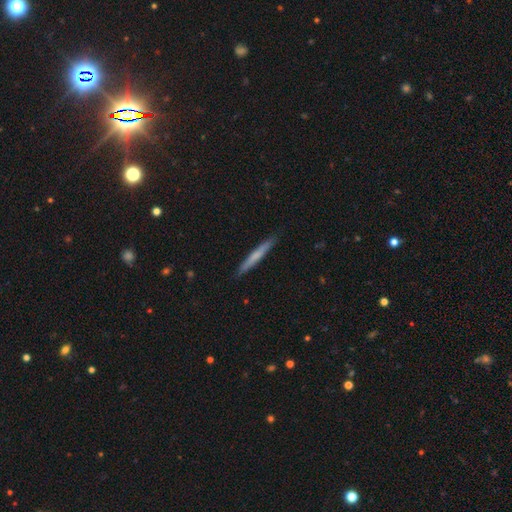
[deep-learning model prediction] A smooth galaxy with no disk features (60%) that is cigar-shaped (96%).

Vote fractions:
- Smooth or featured? smooth: 60% / featured or disk: 34% / star or artifact: 6%
- How rounded? cigar-shaped: 96% / in between: 2% / round: 1%
- Merging? none: 90% / minor disturbance: 7% / major disturbance: 1% / merger: 1%